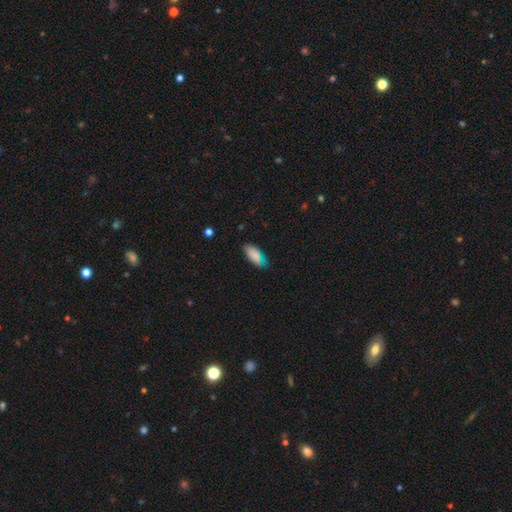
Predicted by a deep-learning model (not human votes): Overall: smooth (84%). How rounded: in between (84%). Merging: none (74%).